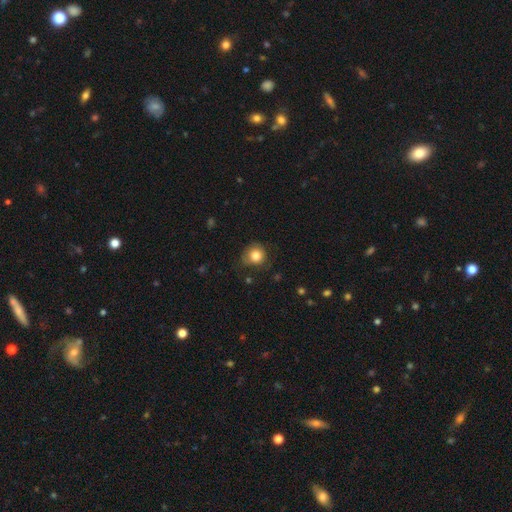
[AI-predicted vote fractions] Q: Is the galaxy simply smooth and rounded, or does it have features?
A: smooth — 82%.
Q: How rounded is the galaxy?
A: round — 87%.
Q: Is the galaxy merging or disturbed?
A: none — 70%.